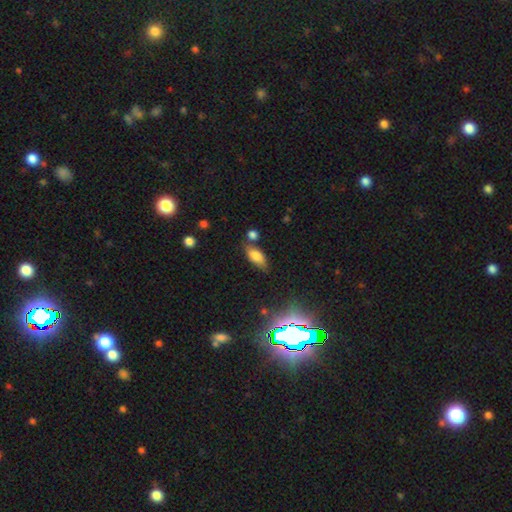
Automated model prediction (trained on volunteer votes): The model was most divided on "merging": none: 66%, minor disturbance: 18%, merger: 11%, major disturbance: 5%. More confident: how rounded — in between (84%); smooth or featured — smooth (77%).